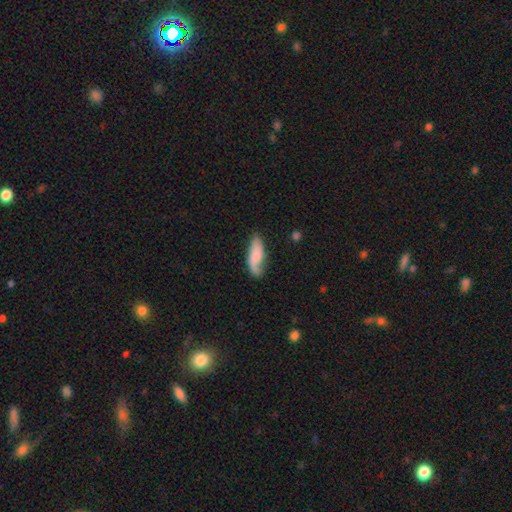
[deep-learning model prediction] Q: Smooth or featured?
A: smooth (65%); runner-up: featured or disk (29%)
Q: How rounded?
A: in between (67%); runner-up: cigar-shaped (31%)
Q: Merging?
A: none (54%); runner-up: minor disturbance (30%)